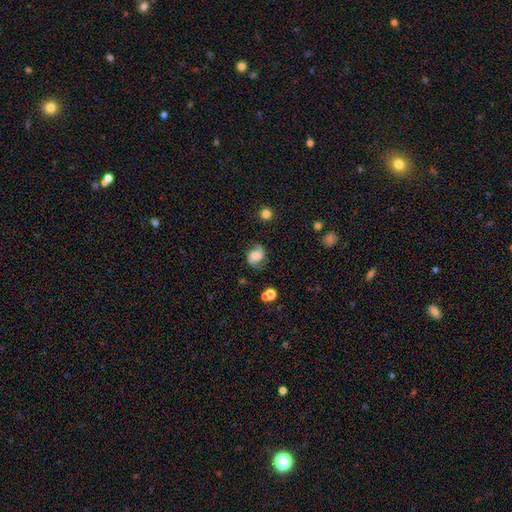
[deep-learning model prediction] The model was most divided on "spiral winding": medium: 46%, loose: 37%, tight: 18%. Remaining: edge-on disk — no (98%); spiral arms — yes (94%); spiral arm count — 2 (87%); merging — none (67%); smooth or featured — featured or disk (66%); bar — no (52%); bulge size — moderate (33%).